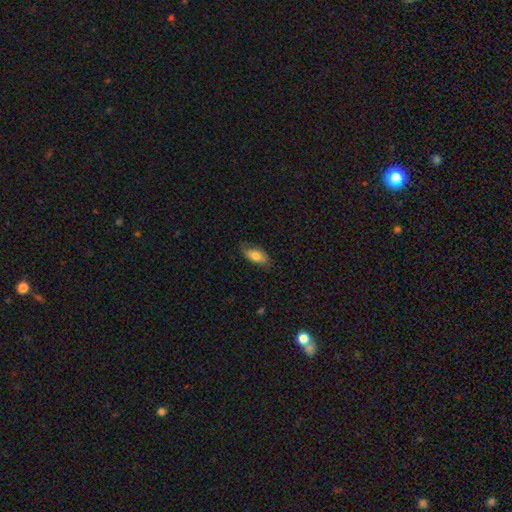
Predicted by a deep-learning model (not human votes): Smooth or featured: smooth — 76% (featured or disk — 18%)
How rounded: in between — 88% (cigar-shaped — 8%)
Merging: none — 72% (minor disturbance — 22%)